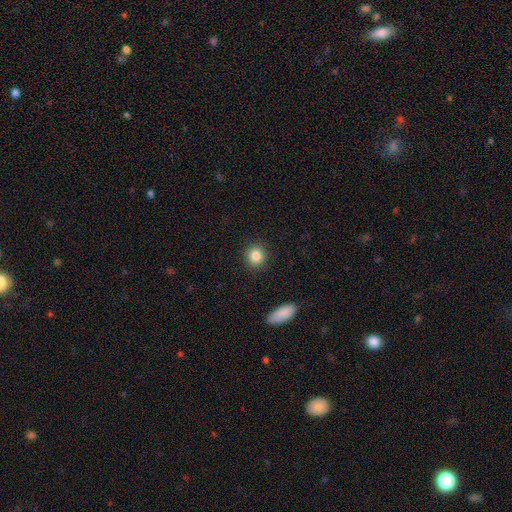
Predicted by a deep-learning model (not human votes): smooth 85%, star or artifact 9%, featured or disk 6%. Down the decision tree: how rounded — round (82%); merging — none (91%).